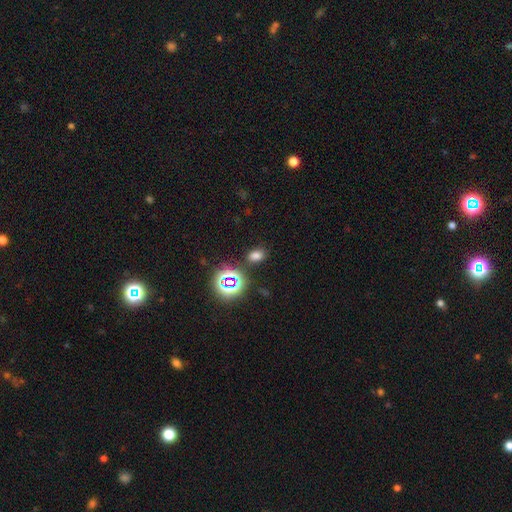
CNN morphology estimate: Smooth or featured: smooth — 67% (star or artifact — 26%)
How rounded: in between — 74% (round — 24%)
Merging: none — 81% (minor disturbance — 11%)